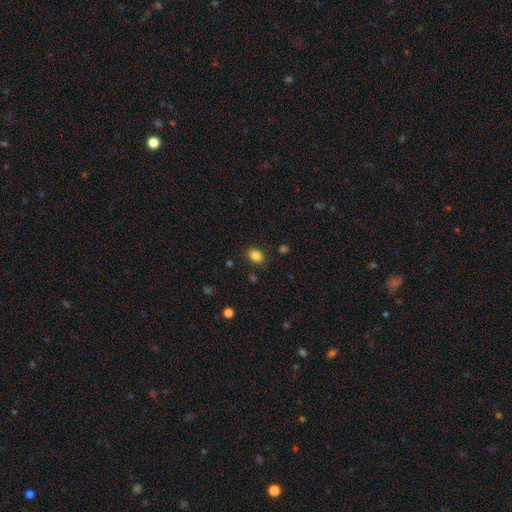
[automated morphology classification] smooth 85%, star or artifact 10%, featured or disk 5%. Down the decision tree: how rounded — in between (67%); merging — none (85%).